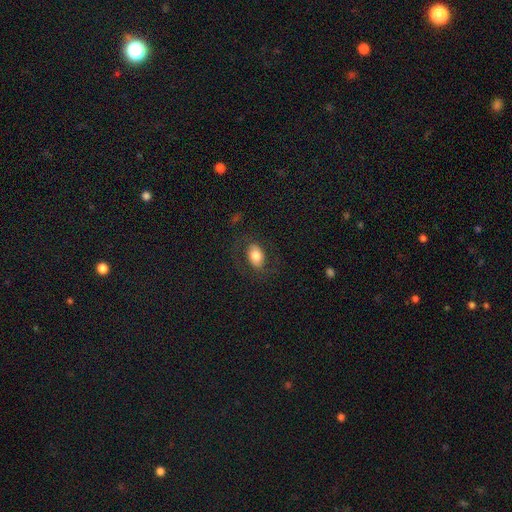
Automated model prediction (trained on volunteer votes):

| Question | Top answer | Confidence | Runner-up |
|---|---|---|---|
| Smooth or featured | smooth | 71% | featured or disk (21%) |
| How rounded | in between | 84% | round (15%) |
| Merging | none | 74% | minor disturbance (14%) |